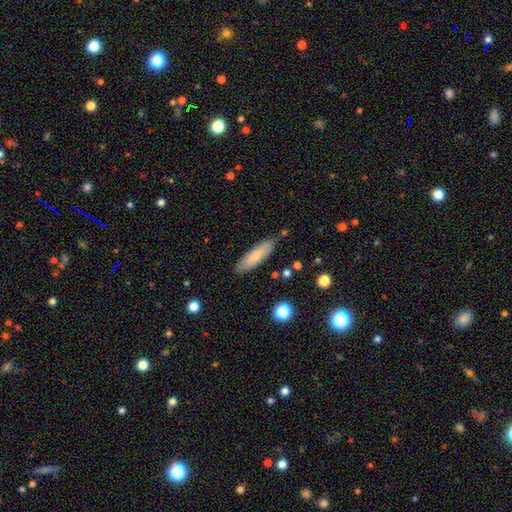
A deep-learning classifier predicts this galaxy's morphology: Smooth or featured?
  - smooth: 73% *
  - featured or disk: 20%
  - star or artifact: 6%
How rounded?
  - cigar-shaped: 61% *
  - in between: 37%
  - round: 2%
Merging?
  - none: 86% *
  - minor disturbance: 11%
  - major disturbance: 2%
  - merger: 2%